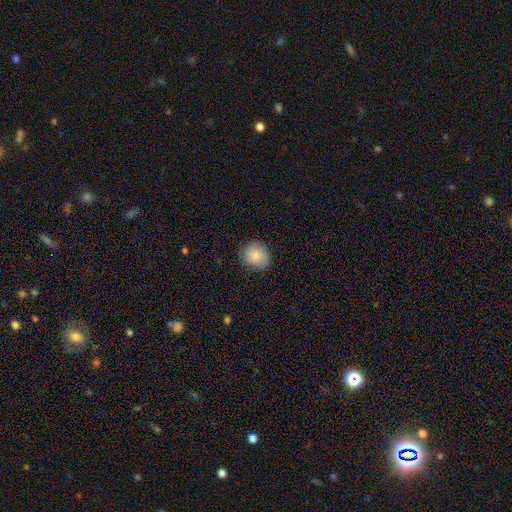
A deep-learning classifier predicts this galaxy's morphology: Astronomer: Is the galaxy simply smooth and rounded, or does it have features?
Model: smooth — 86%.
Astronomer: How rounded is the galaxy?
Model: round — 80%.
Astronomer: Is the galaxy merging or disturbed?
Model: none — 85%.